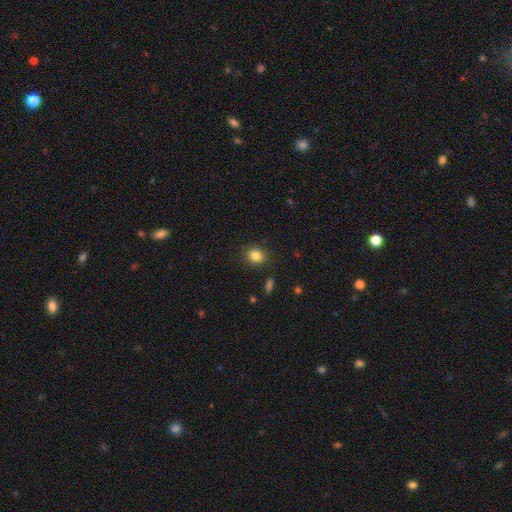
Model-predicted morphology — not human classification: The model was most divided on "how rounded": round: 73%, in between: 26%, cigar-shaped: 1%. More confident: merging — none (88%); smooth or featured — smooth (83%).